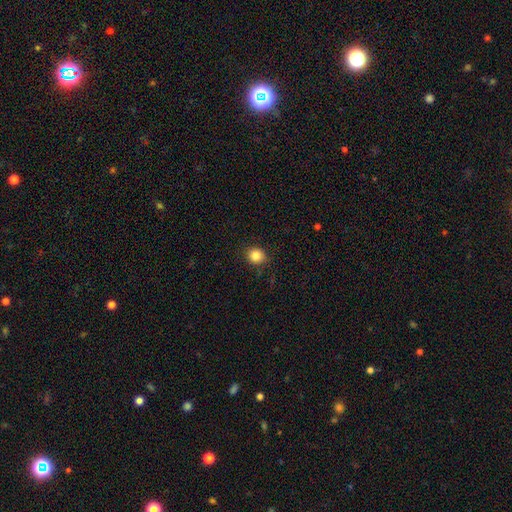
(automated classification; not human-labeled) Smooth or featured?
  - smooth: 85% *
  - star or artifact: 11%
  - featured or disk: 5%
How rounded?
  - round: 84% *
  - in between: 15%
  - cigar-shaped: 1%
Merging?
  - none: 87% *
  - minor disturbance: 10%
  - major disturbance: 2%
  - merger: 1%